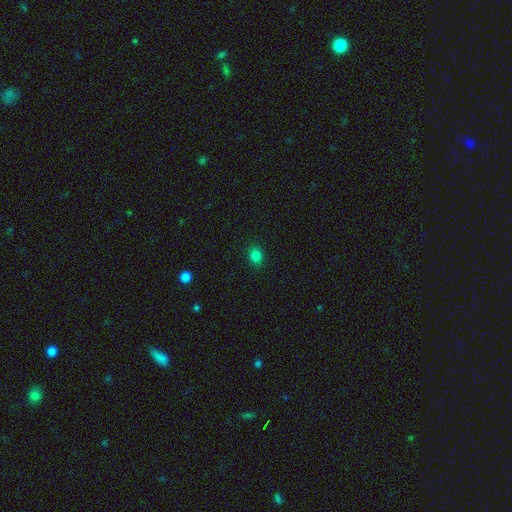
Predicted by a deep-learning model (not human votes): Smooth or featured?
  - smooth: 82% *
  - star or artifact: 14%
  - featured or disk: 5%
How rounded?
  - in between: 53% *
  - round: 46%
  - cigar-shaped: 1%
Merging?
  - none: 89% *
  - minor disturbance: 8%
  - major disturbance: 2%
  - merger: 1%